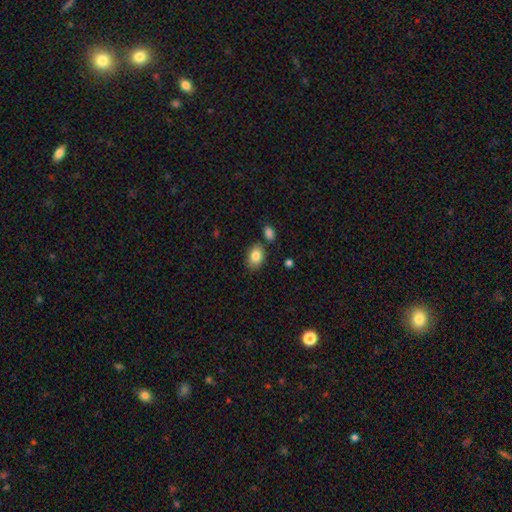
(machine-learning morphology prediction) A smooth galaxy with no disk features (85%) that is in between round and cigar-shaped (81%).

Vote fractions:
- Smooth or featured? smooth: 85% / featured or disk: 8% / star or artifact: 8%
- How rounded? in between: 81% / round: 18% / cigar-shaped: 1%
- Merging? none: 76% / minor disturbance: 14% / merger: 7% / major disturbance: 3%